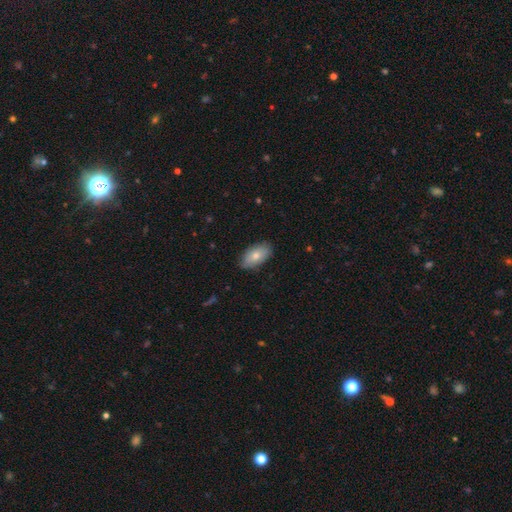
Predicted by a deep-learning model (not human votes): Smooth or featured: smooth — 75% (featured or disk — 18%)
How rounded: in between — 93% (round — 4%)
Merging: none — 83% (minor disturbance — 14%)